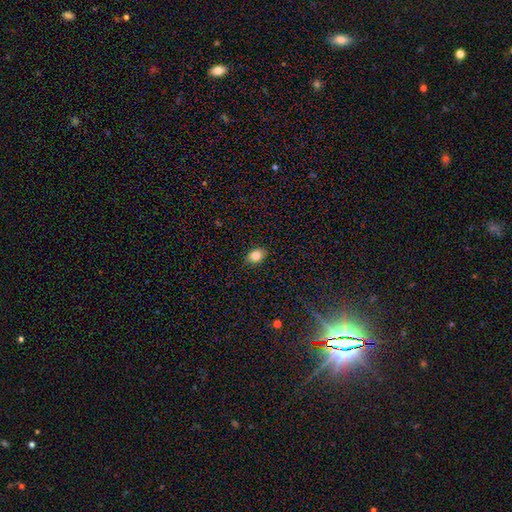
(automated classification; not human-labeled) The model was most divided on "how rounded": in between: 65%, round: 34%, cigar-shaped: 1%. More confident: merging — none (87%); smooth or featured — smooth (82%).